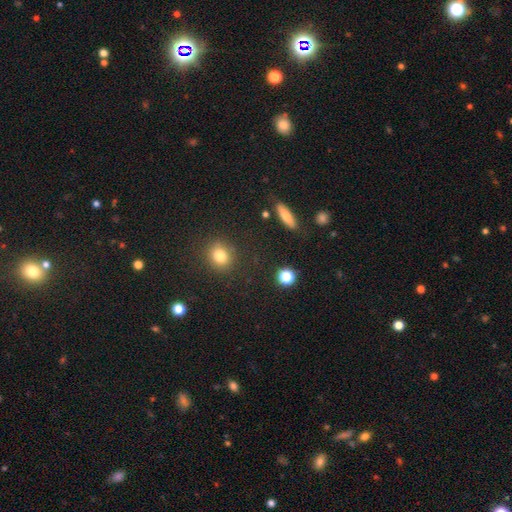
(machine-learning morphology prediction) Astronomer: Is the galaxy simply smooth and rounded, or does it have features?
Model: smooth — 57% (runner-up: star or artifact, 37%).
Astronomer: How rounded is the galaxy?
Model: round — 89%.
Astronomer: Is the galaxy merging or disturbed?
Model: none — 88%.